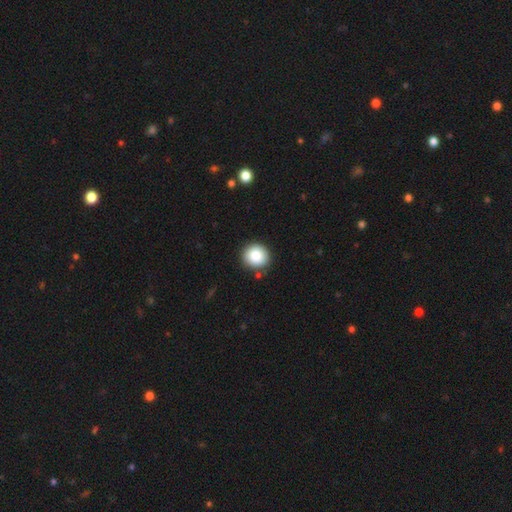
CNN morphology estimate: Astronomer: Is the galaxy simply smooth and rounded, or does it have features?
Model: smooth — 85%.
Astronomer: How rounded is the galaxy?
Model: round — 90%.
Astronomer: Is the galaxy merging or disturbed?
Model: none — 87%.